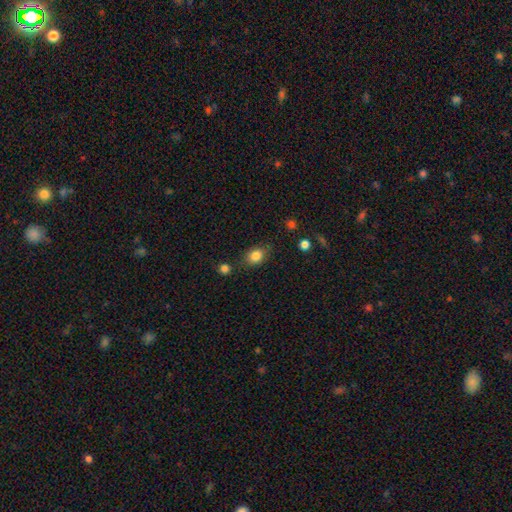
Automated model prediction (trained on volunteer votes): Smooth or featured? Predicted: smooth (p=0.84). How rounded? Predicted: in between (p=0.60). Merging? Predicted: none (p=0.73).